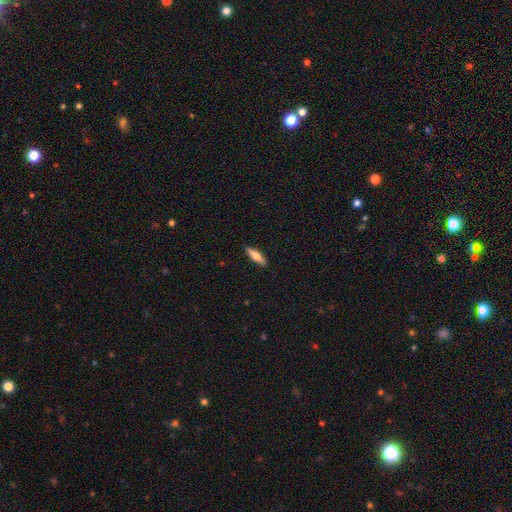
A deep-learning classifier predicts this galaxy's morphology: Smooth or featured? smooth (68%)
How rounded? cigar-shaped (68%)
Merging? none (89%)